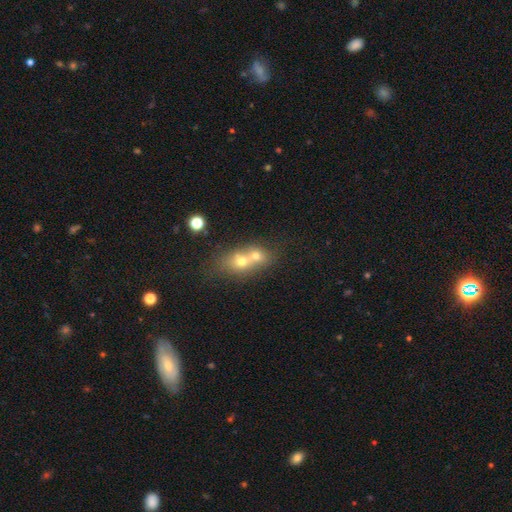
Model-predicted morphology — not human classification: Q: Smooth or featured?
A: smooth (61%); runner-up: featured or disk (25%)
Q: How rounded?
A: round (51%); runner-up: in between (46%)
Q: Merging?
A: merger (71%); runner-up: none (20%)